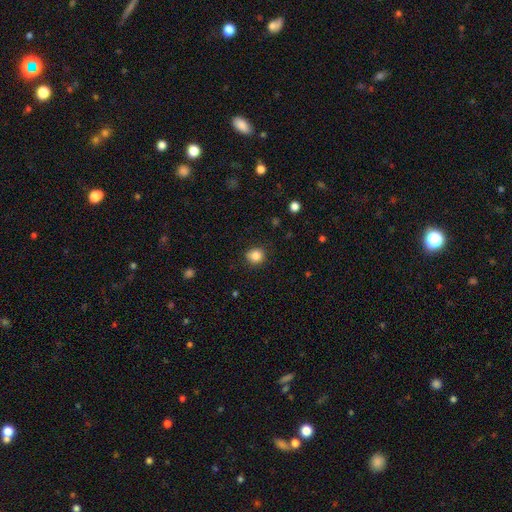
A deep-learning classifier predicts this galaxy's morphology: smooth_or_featured: smooth (p=0.84) [alt: star or artifact p=0.11]
how_rounded: round (p=0.85) [alt: in between p=0.14]
merging: none (p=0.83) [alt: minor disturbance p=0.13]